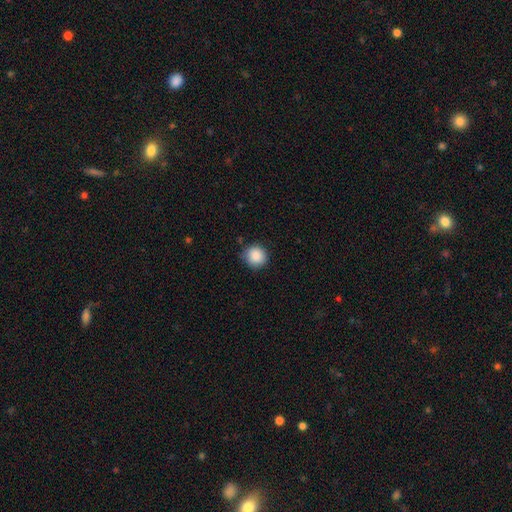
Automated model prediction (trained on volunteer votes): Q: Smooth or featured?
A: smooth (88%); runner-up: star or artifact (9%)
Q: How rounded?
A: round (92%); runner-up: in between (7%)
Q: Merging?
A: none (83%); runner-up: minor disturbance (13%)